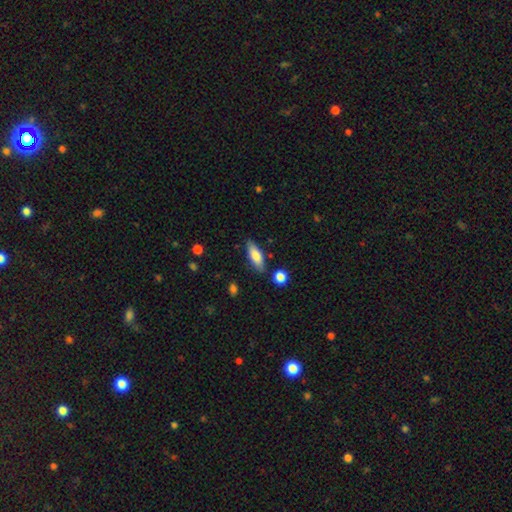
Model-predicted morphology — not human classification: Smooth or featured? smooth (76%)
How rounded? in between (64%)
Merging? none (81%)